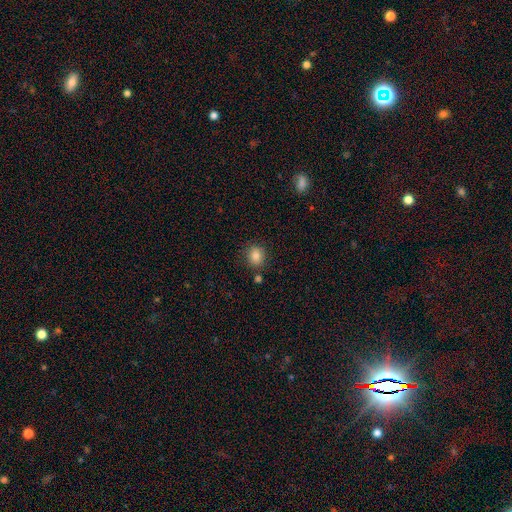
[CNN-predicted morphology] This appears to be a smooth galaxy with no disk features (84%) that is round (68%). Merging: none (82%).